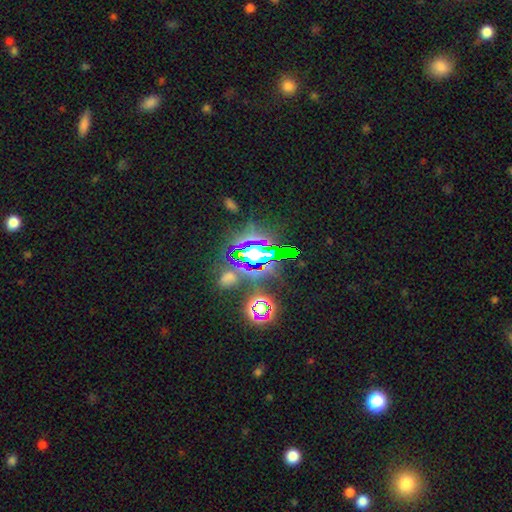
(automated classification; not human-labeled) A star or artifact, not a galaxy (74%).

Vote fractions:
- Smooth or featured? star or artifact: 74% / smooth: 14% / featured or disk: 12%